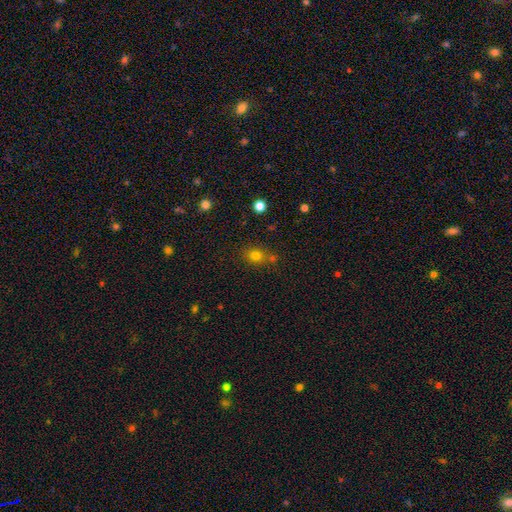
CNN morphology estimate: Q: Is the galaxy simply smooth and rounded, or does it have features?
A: smooth — 76%.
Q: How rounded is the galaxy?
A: round — 61%.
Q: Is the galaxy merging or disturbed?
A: none — 66%.